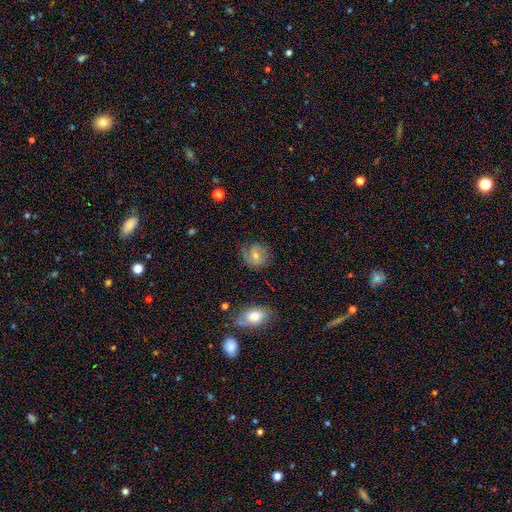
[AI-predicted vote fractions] Smooth or featured?
  - featured or disk: 57% *
  - smooth: 31%
  - star or artifact: 12%
Edge-on disk?
  - no: 97% *
  - yes: 3%
Bar?
  - no: 64% *
  - weak: 30%
  - strong: 5%
Spiral arms?
  - yes: 88% *
  - no: 12%
Bulge size?
  - moderate: 47% * (tied)
  - small: 47% * (tied)
  - none: 3%
  - large: 2%
  - dominant: 1%
Merging?
  - none: 70% *
  - minor disturbance: 19%
  - major disturbance: 9%
  - merger: 2%